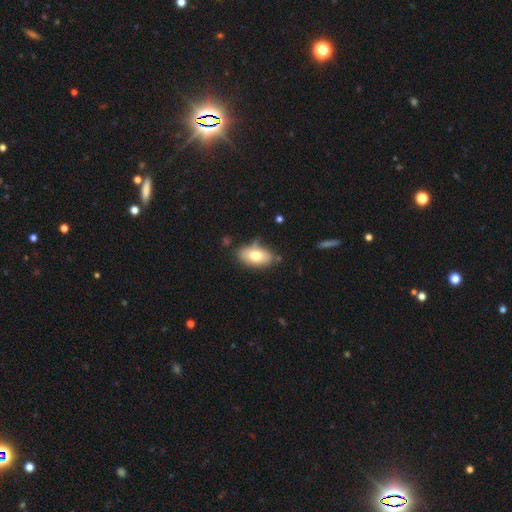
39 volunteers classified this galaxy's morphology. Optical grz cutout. It shows a smooth galaxy with no disk features (77%) that is in between round and cigar-shaped (100%). Merging: none (76%).